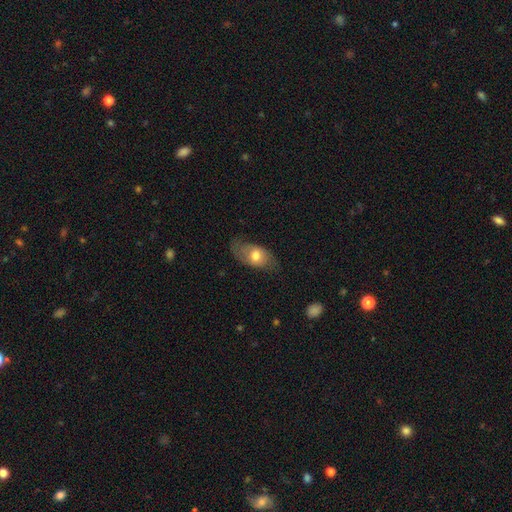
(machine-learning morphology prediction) A smooth galaxy with no disk features (57%) that is in between round and cigar-shaped (87%).

Vote fractions:
- Smooth or featured? smooth: 57% / featured or disk: 37% / star or artifact: 6%
- How rounded? in between: 87% / round: 10% / cigar-shaped: 3%
- Merging? none: 65% / minor disturbance: 25% / major disturbance: 10% / merger: 1%